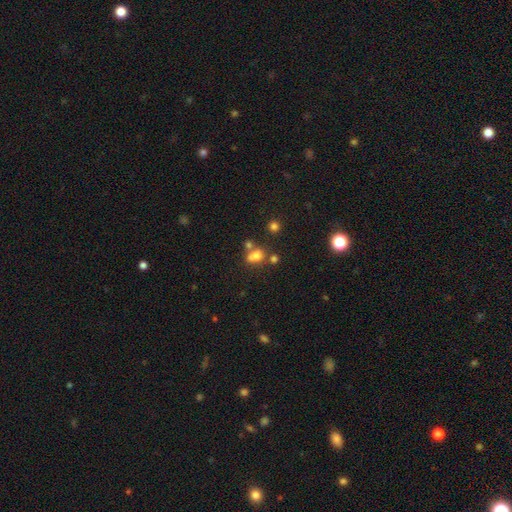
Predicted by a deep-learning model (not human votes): Smooth or featured? smooth (71%)
How rounded? in between (56%)
Merging? none (41%)